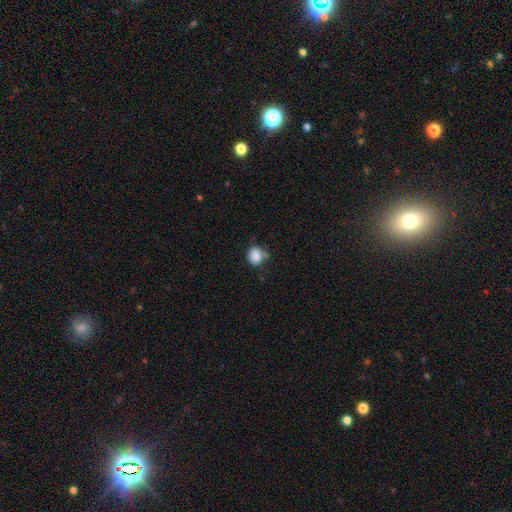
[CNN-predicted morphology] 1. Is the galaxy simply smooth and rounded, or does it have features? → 85% smooth, 9% star or artifact, 5% featured or disk.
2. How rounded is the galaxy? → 63% round, 36% in between, 1% cigar-shaped.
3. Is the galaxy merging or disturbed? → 60% none, 26% minor disturbance, 8% merger, 6% major disturbance.